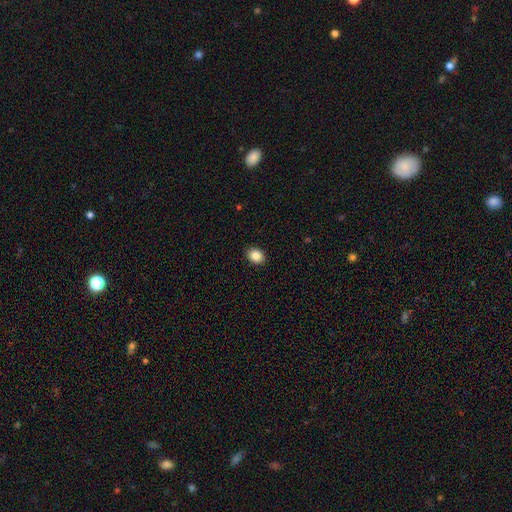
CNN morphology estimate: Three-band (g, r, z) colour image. It shows a smooth galaxy with no disk features (86%) that is in between round and cigar-shaped (57%). Merging: none (91%).